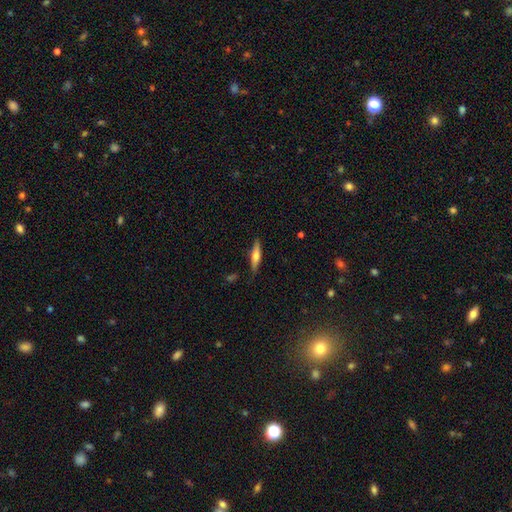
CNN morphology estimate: Smooth or featured? smooth (51%)
How rounded? cigar-shaped (77%)
Merging? none (85%)